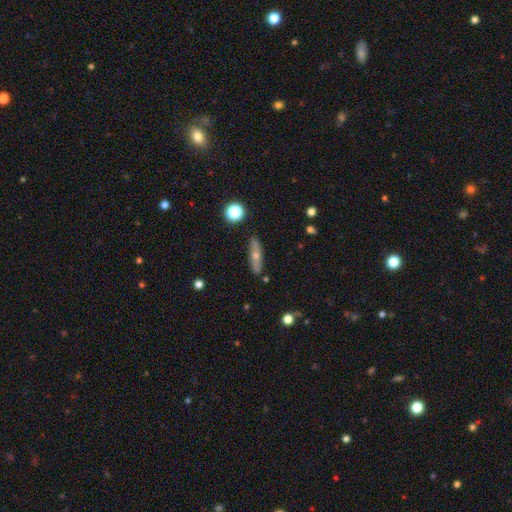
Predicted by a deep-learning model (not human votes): A smooth galaxy with no disk features (52%) that is cigar-shaped (70%).

Vote fractions:
- Smooth or featured? smooth: 52% / featured or disk: 40% / star or artifact: 8%
- How rounded? cigar-shaped: 70% / in between: 25% / round: 5%
- Merging? none: 85% / minor disturbance: 10% / major disturbance: 2% / merger: 2%